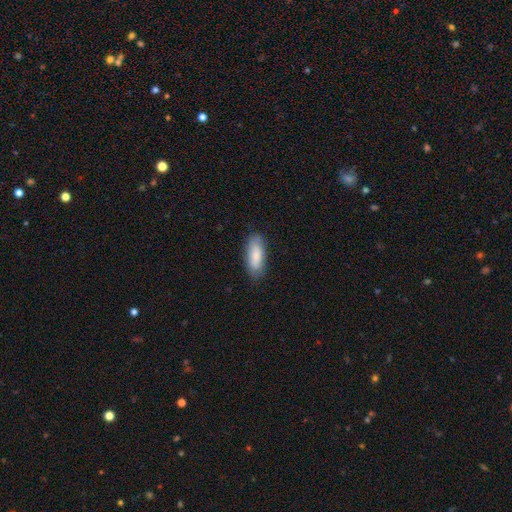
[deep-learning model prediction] Overall: smooth (83%). How rounded: in between (77%). Merging: none (82%).